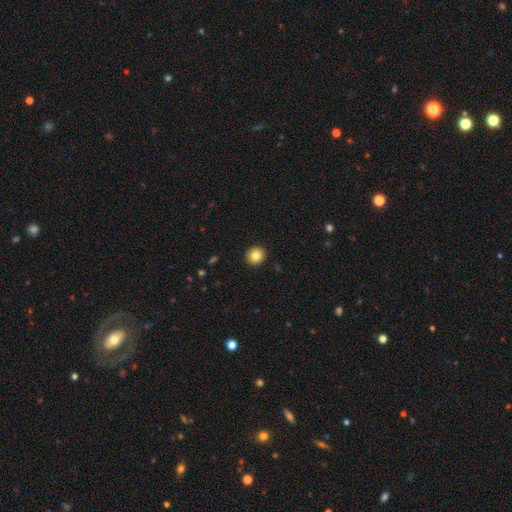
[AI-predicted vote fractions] Morphology: type=smooth (83%); roundness=round (90%); merging=none (93%).